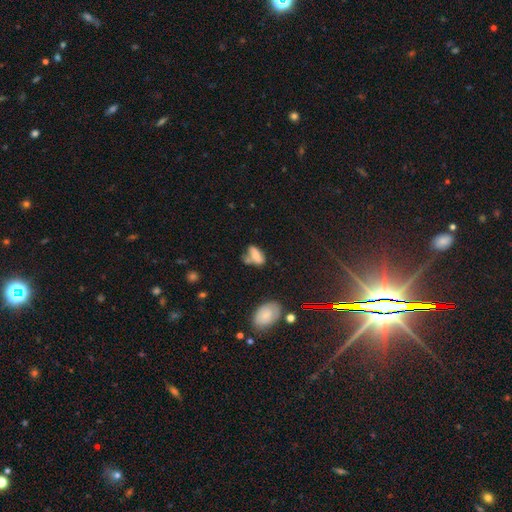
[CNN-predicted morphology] Overall: smooth (71%). How rounded: in between (81%). Merging: none (38%; merger 25%).